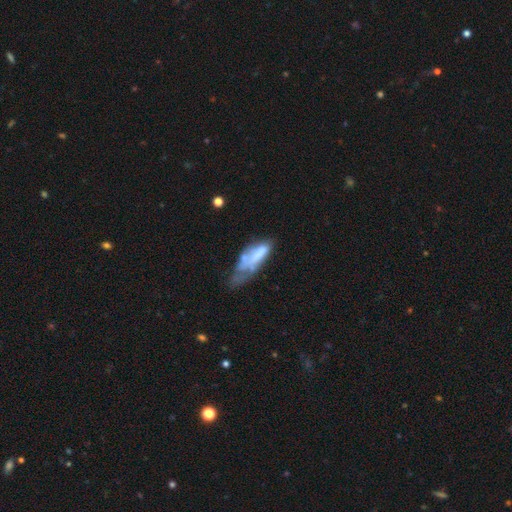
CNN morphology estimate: Q: Smooth or featured?
A: smooth (54%); runner-up: featured or disk (37%)
Q: How rounded?
A: in between (66%); runner-up: cigar-shaped (32%)
Q: Merging?
A: major disturbance (35%); runner-up: minor disturbance (31%)